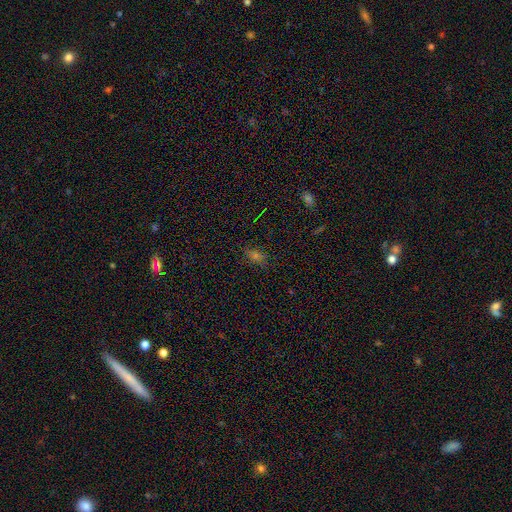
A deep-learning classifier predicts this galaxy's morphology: smooth_or_featured: smooth (p=0.51) [alt: star or artifact p=0.38]
how_rounded: in between (p=0.72) [alt: round p=0.20]
merging: none (p=0.80) [alt: minor disturbance p=0.14]